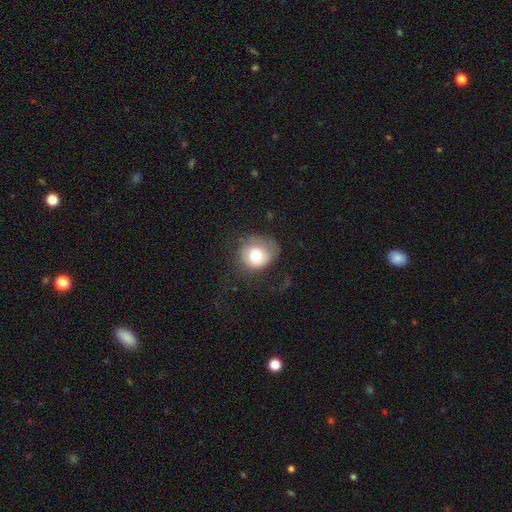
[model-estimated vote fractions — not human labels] smooth-or-featured: smooth: 73% | featured or disk: 18% | star or artifact: 9%
  how-rounded: round: 80% | in between: 20% | cigar-shaped: 1%
  merging: none: 53% | minor disturbance: 25% | major disturbance: 21% | merger: 2%